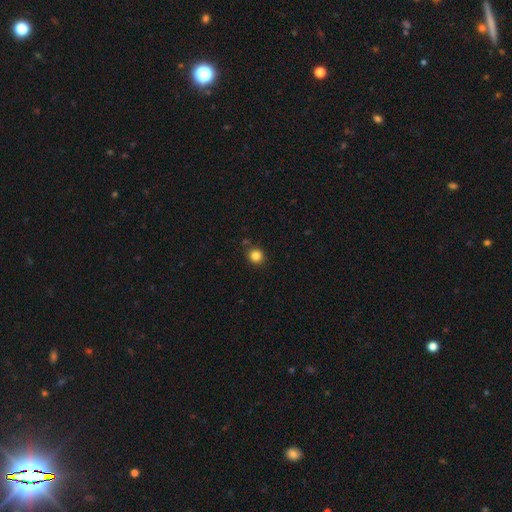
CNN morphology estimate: Overall: smooth (84%). How rounded: round (90%). Merging: none (85%).